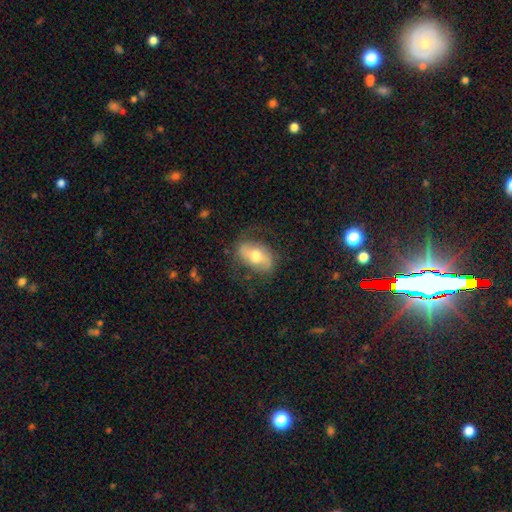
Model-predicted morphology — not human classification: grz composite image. It shows a featured or disk galaxy (54%). Merging: none (66%).